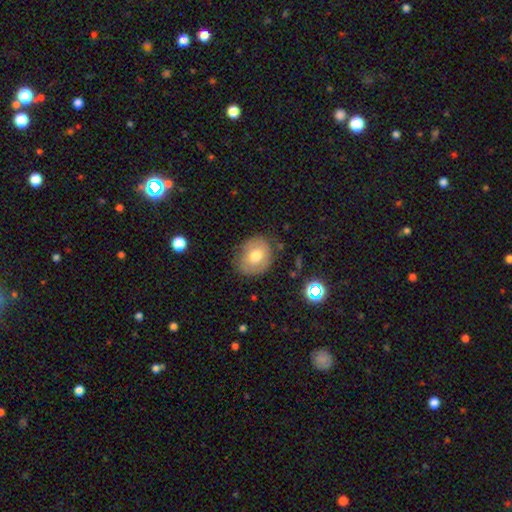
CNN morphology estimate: smooth_or_featured: smooth (p=0.66) [alt: featured or disk p=0.24]
how_rounded: round (p=0.65) [alt: in between p=0.34]
merging: none (p=0.75) [alt: minor disturbance p=0.18]